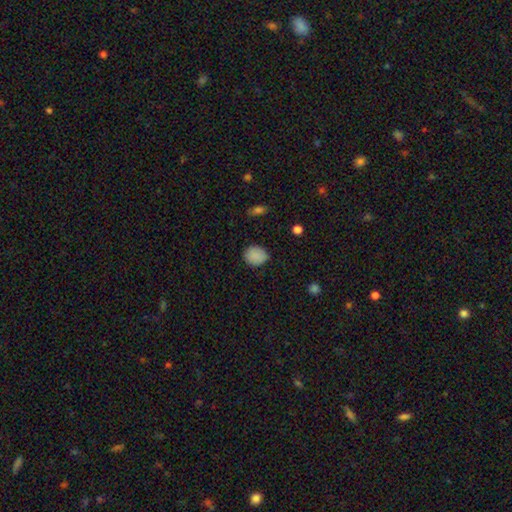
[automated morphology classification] Q: Smooth or featured?
A: smooth (87%); runner-up: star or artifact (9%)
Q: How rounded?
A: round (64%); runner-up: in between (35%)
Q: Merging?
A: none (80%); runner-up: minor disturbance (16%)